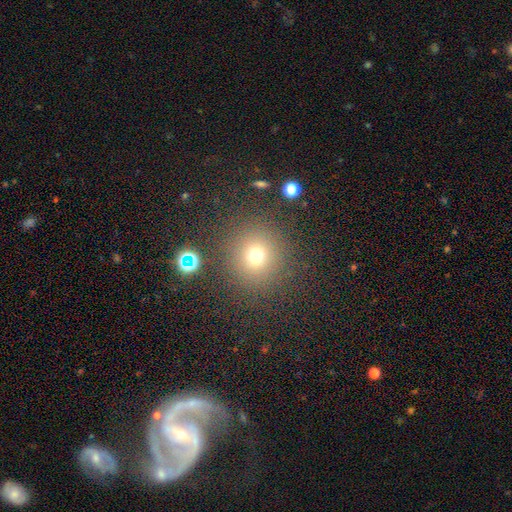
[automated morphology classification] This is likely a smooth galaxy (71%). How rounded: clearly round (93%). Merging: clearly none (87%).